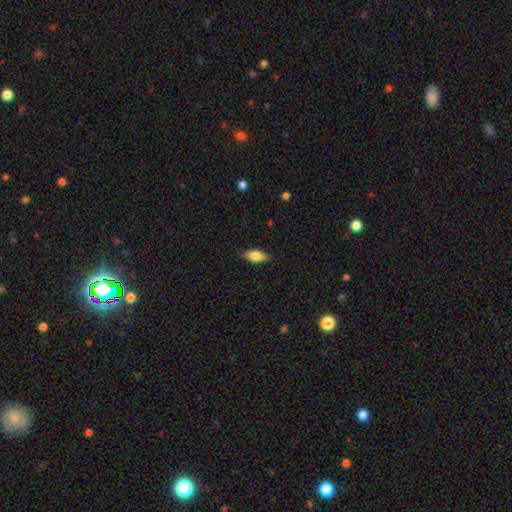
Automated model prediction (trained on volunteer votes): Smooth or featured? smooth (74%)
How rounded? in between (82%)
Merging? none (85%)